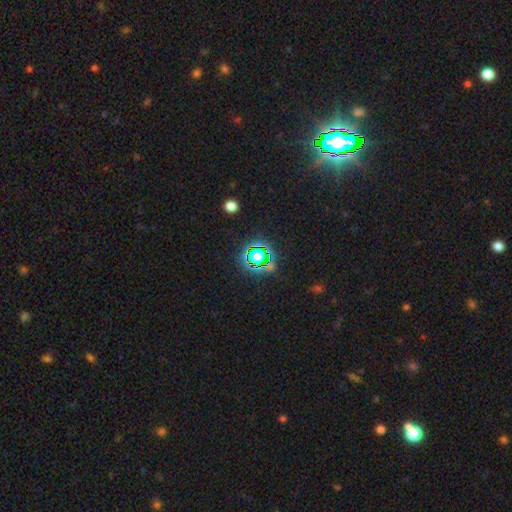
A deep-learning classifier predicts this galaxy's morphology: This appears to be a star or artifact, not a galaxy (63%).